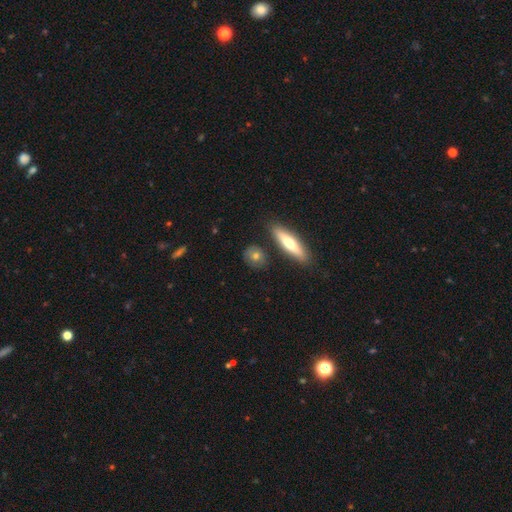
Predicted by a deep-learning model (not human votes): Smooth or featured: smooth — 68% (featured or disk — 24%)
How rounded: round — 53% (in between — 33%)
Merging: none — 80% (minor disturbance — 13%)